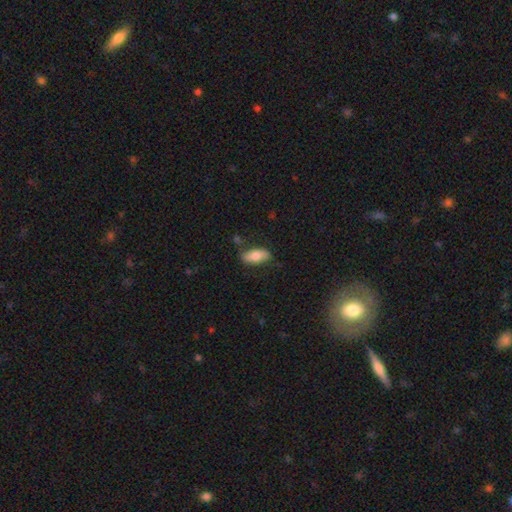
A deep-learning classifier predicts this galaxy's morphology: A smooth galaxy with no disk features (74%) that is in between round and cigar-shaped (83%).

Vote fractions:
- Smooth or featured? smooth: 74% / featured or disk: 20% / star or artifact: 7%
- How rounded? in between: 83% / cigar-shaped: 14% / round: 3%
- Merging? none: 74% / minor disturbance: 18% / major disturbance: 4% / merger: 4%